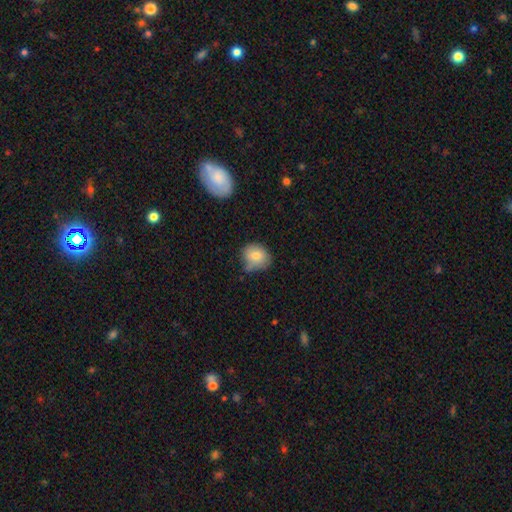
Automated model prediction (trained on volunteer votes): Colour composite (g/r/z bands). It shows a smooth galaxy with no disk features (78%) that is round (72%). Merging: none (55%).